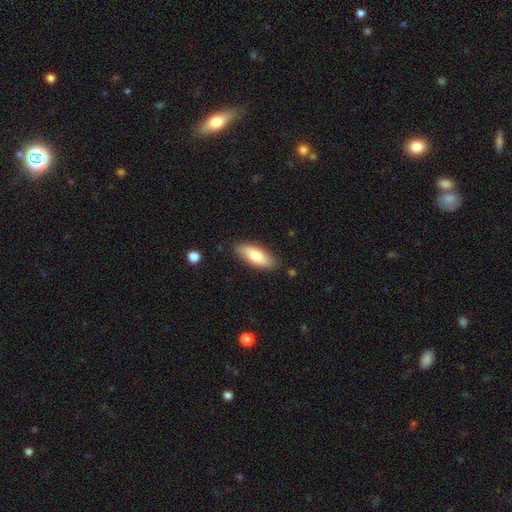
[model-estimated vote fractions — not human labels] Morphology: type=smooth (73%); roundness=in between (76%); merging=none (84%).